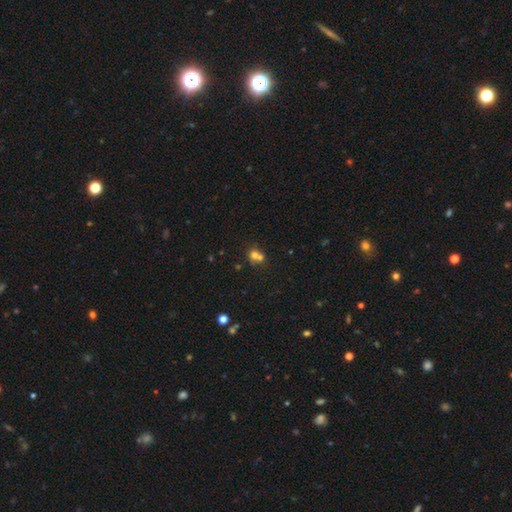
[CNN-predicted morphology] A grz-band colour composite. It shows a smooth galaxy with no disk features (66%) that is round (77%). Merging: merger (58%).